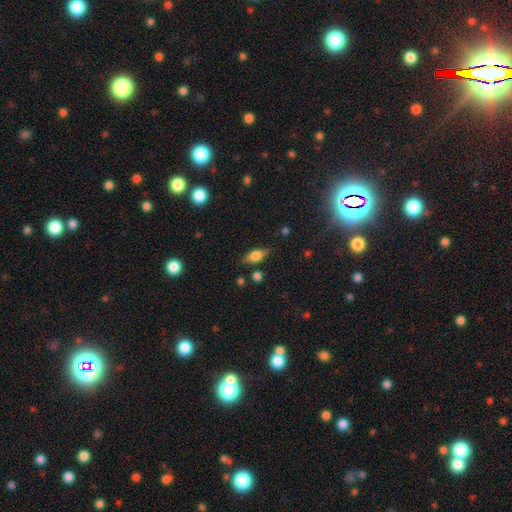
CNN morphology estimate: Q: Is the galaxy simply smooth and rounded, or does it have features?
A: smooth — 53%.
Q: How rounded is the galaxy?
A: in between — 72%.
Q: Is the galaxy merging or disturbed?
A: none — 79%.